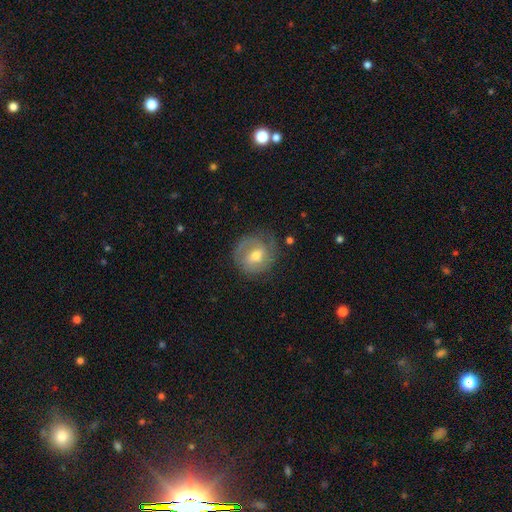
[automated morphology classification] Q: Smooth or featured?
A: featured or disk (64%); runner-up: smooth (29%)
Q: Edge-on disk?
A: no (97%); runner-up: yes (3%)
Q: Bar?
A: weak (51%); runner-up: no (35%)
Q: Spiral arms?
A: yes (85%); runner-up: no (15%)
Q: Spiral winding?
A: tight (46%); runner-up: medium (39%)
Q: Spiral arm count?
A: 2 (57%); runner-up: can't tell (20%)
Q: Bulge size?
A: moderate (67%); runner-up: small (26%)
Q: Merging?
A: none (70%); runner-up: minor disturbance (20%)